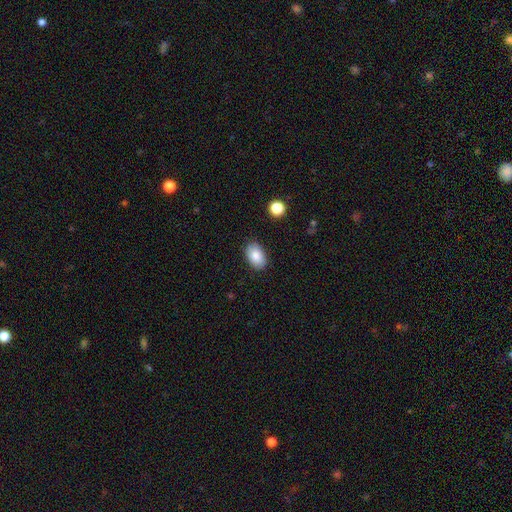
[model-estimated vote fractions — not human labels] This appears to be a smooth galaxy with no disk features (86%) that is in between round and cigar-shaped (90%). Merging: none (86%).